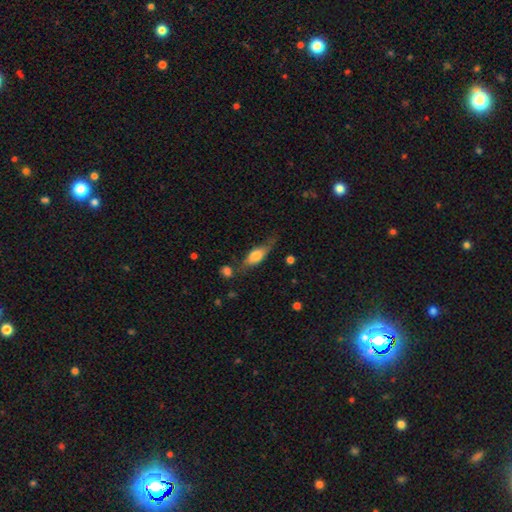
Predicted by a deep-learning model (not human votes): Smooth or featured: smooth — 56% (featured or disk — 37%)
How rounded: in between — 66% (cigar-shaped — 30%)
Merging: none — 57% (minor disturbance — 27%)